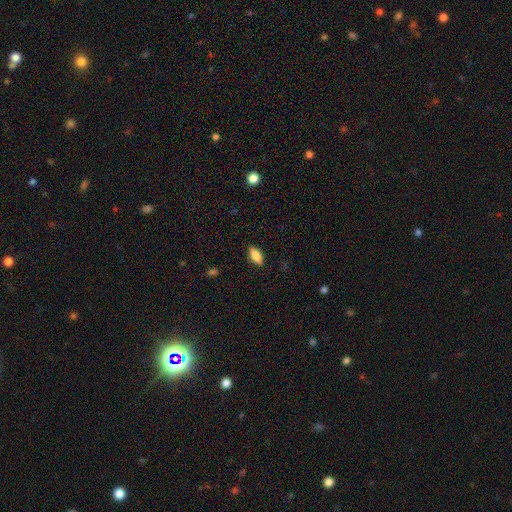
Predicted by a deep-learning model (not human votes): The model was most divided on "smooth or featured": smooth: 79%, featured or disk: 13%, star or artifact: 7%. More confident: merging — none (87%); how rounded — in between (83%).